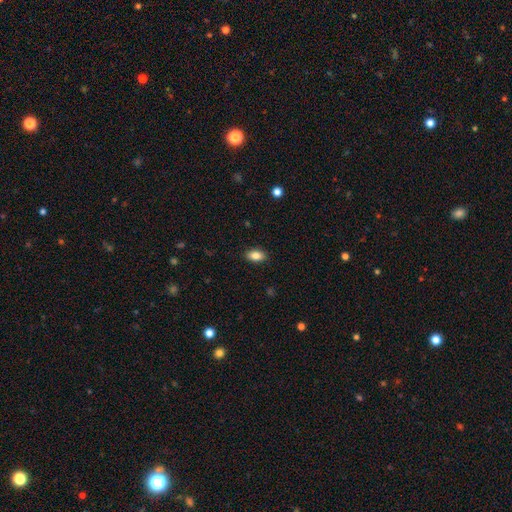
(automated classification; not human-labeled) A smooth galaxy with no disk features (84%) that is in between round and cigar-shaped (90%). Merging: none (89%).